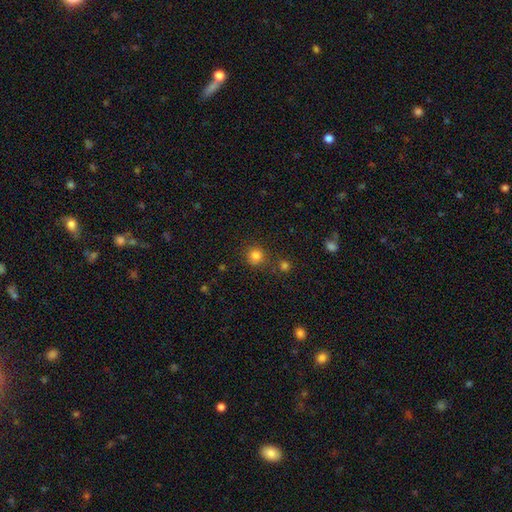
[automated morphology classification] type=smooth (82%); roundness=round (90%); merging=none (78%).